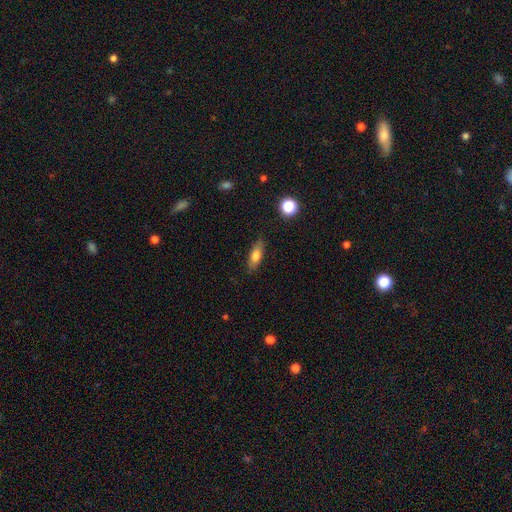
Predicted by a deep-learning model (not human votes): Morphology: type=smooth (72%); roundness=in between (61%); merging=none (82%).